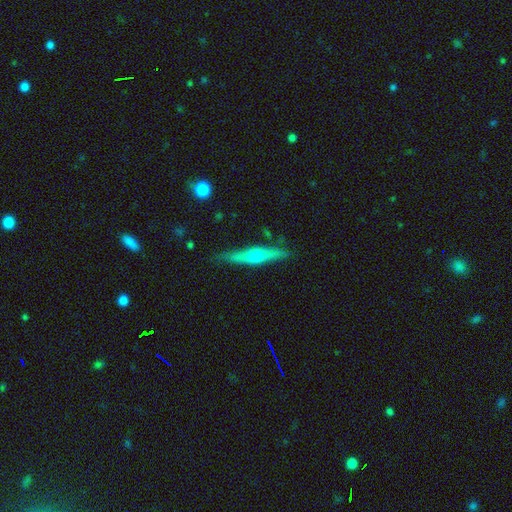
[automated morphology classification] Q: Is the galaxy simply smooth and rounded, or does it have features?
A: featured or disk — 62%.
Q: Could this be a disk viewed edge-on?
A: yes — 96%.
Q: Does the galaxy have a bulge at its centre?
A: rounded — 88%.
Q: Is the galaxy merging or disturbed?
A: none — 85%.